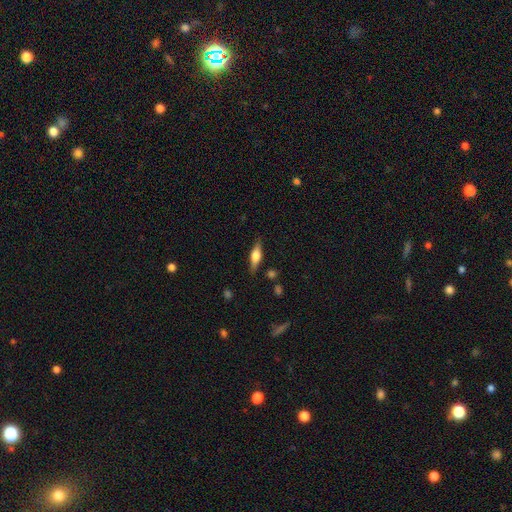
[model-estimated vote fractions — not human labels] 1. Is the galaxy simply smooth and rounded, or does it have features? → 53% featured or disk, 40% smooth, 7% star or artifact.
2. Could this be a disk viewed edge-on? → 95% yes, 5% no.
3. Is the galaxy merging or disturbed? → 85% none, 11% minor disturbance, 3% major disturbance, 2% merger.